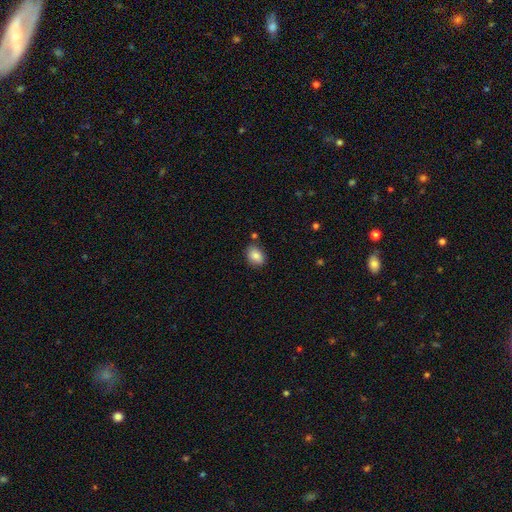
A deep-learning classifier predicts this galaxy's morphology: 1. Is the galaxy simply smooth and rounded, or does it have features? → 85% smooth, 8% star or artifact, 7% featured or disk.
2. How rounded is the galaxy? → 74% in between, 25% round, 1% cigar-shaped.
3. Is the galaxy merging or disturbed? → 80% none, 13% minor disturbance, 4% merger, 3% major disturbance.